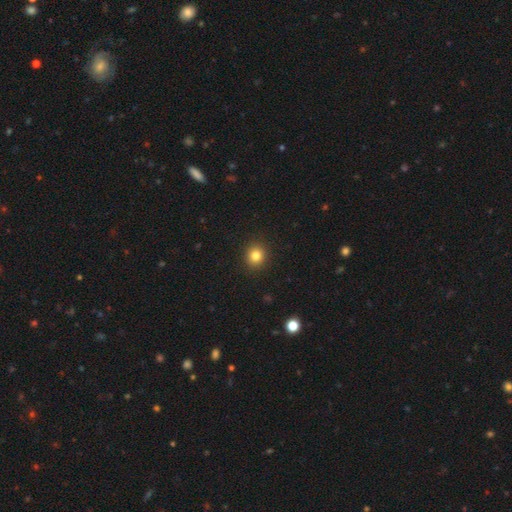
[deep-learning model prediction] This appears to be a smooth galaxy with no disk features (83%) that is round (85%). Merging: none (92%).